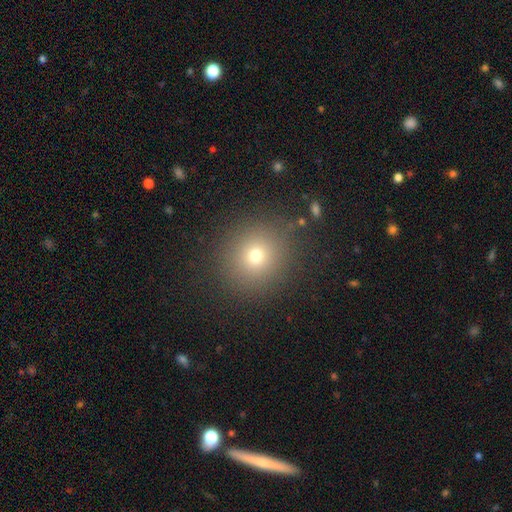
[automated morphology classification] This appears to be a smooth galaxy with no disk features (71%) that is round (90%). Merging: none (87%).